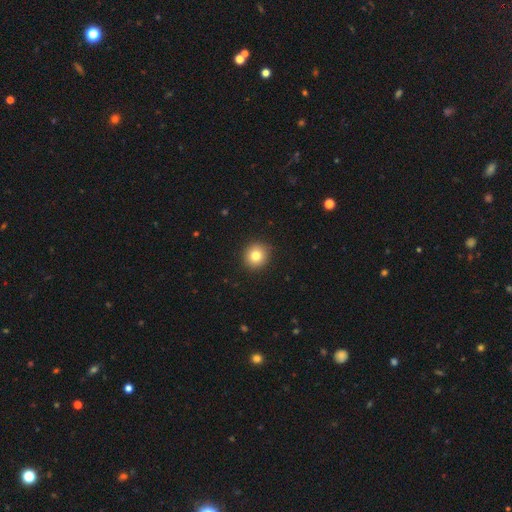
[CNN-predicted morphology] type=smooth (81%); roundness=round (89%); merging=none (91%).